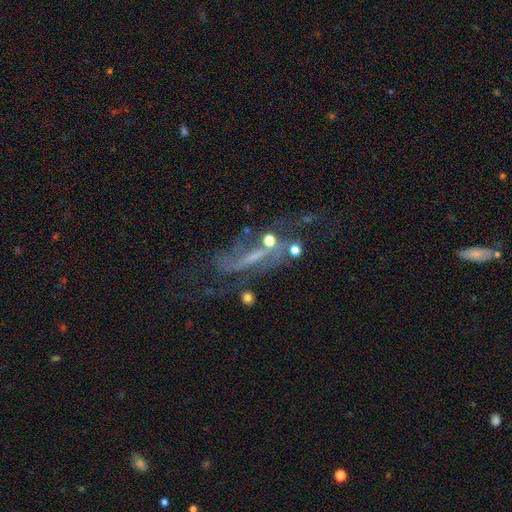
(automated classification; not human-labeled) A featured or disk galaxy (73%) with a strong bar (36%), spiral arms (74%) and a small central bulge (45%).

Vote fractions:
- Smooth or featured? featured or disk: 73% / star or artifact: 16% / smooth: 11%
- Edge-on disk? no: 82% / yes: 18%
- Bar? strong: 36% / weak: 34% / no: 29%
- Spiral arms? yes: 74% / no: 26%
- Bulge size? small: 45% / none: 33% / moderate: 18% / large: 2% / dominant: 1%
- Merging? none: 41% / major disturbance: 27% / minor disturbance: 17% / merger: 14%